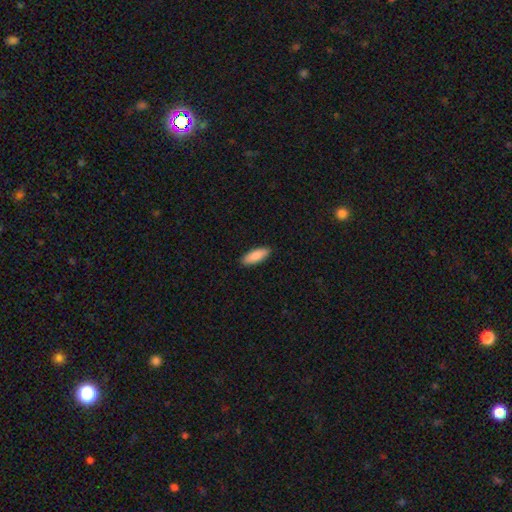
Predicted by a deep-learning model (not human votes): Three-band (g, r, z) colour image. It shows a smooth galaxy with no disk features (89%) that is in between round and cigar-shaped (68%). Merging: none (90%).